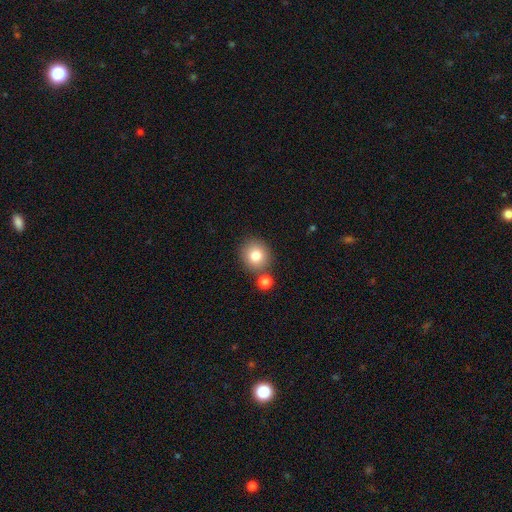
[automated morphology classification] Smooth or featured?
  - smooth: 80% *
  - star or artifact: 11%
  - featured or disk: 9%
How rounded?
  - round: 86% *
  - in between: 14%
  - cigar-shaped: 1%
Merging?
  - none: 75% *
  - merger: 13%
  - minor disturbance: 9%
  - major disturbance: 3%